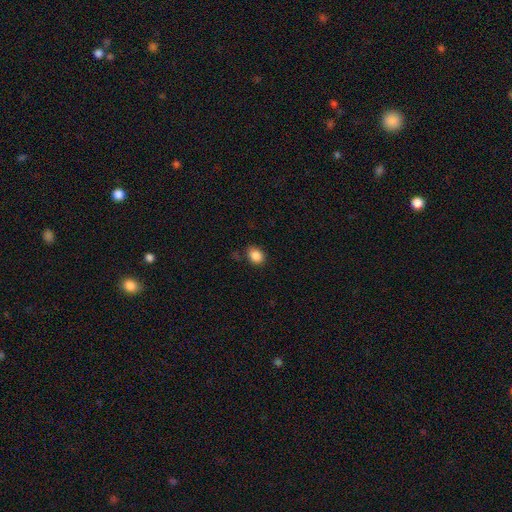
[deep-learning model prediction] smooth_or_featured: smooth (p=0.86) [alt: star or artifact p=0.10]
how_rounded: in between (p=0.53) [alt: round p=0.46]
merging: none (p=0.80) [alt: minor disturbance p=0.14]